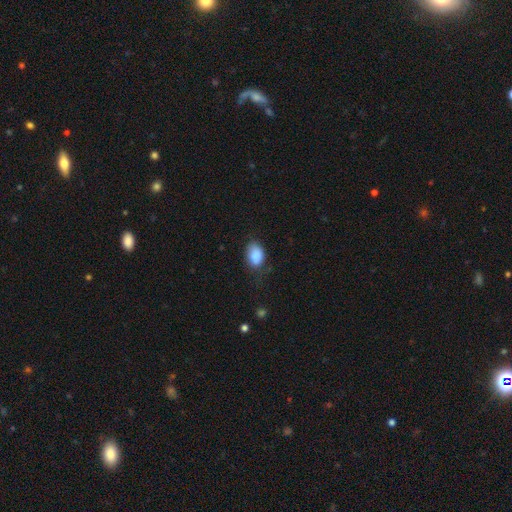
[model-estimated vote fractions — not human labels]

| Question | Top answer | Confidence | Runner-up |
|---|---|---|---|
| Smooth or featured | smooth | 86% | star or artifact (8%) |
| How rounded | in between | 85% | round (14%) |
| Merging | none | 60% | minor disturbance (29%) |